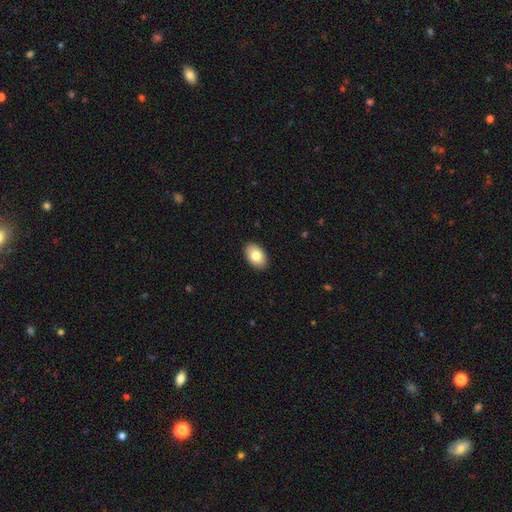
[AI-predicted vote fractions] This appears to be a smooth galaxy with no disk features (81%) that is in between round and cigar-shaped (90%). Merging: none (90%).